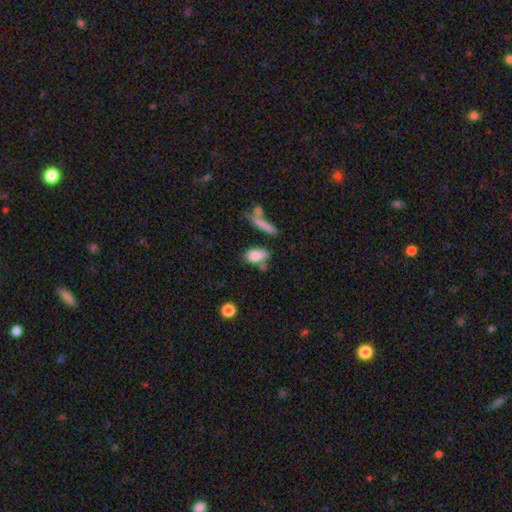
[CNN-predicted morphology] A smooth galaxy with no disk features (82%) that is in between round and cigar-shaped (84%).

Vote fractions:
- Smooth or featured? smooth: 82% / featured or disk: 9% / star or artifact: 8%
- How rounded? in between: 84% / cigar-shaped: 9% / round: 7%
- Merging? none: 52% / merger: 22% / minor disturbance: 17% / major disturbance: 8%